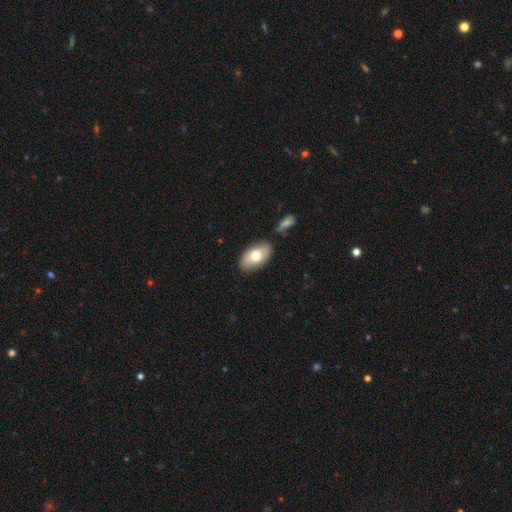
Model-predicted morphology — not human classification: smooth-or-featured: smooth: 72% | featured or disk: 22% | star or artifact: 6%
  how-rounded: in between: 94% | round: 4% | cigar-shaped: 2%
  merging: none: 79% | minor disturbance: 13% | merger: 6% | major disturbance: 3%